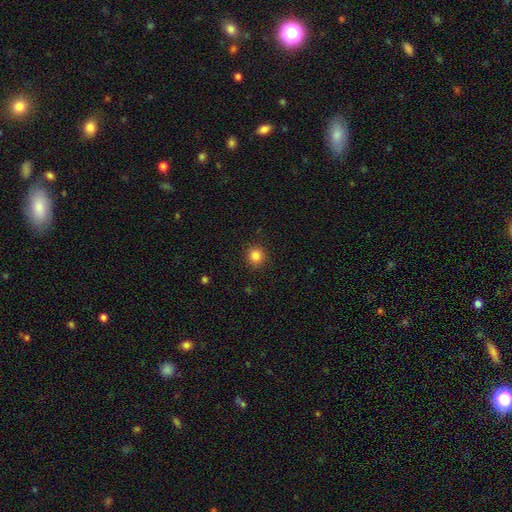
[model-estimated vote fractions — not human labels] Smooth or featured? Predicted: smooth (p=0.84). How rounded? Predicted: round (p=0.93). Merging? Predicted: none (p=0.91).